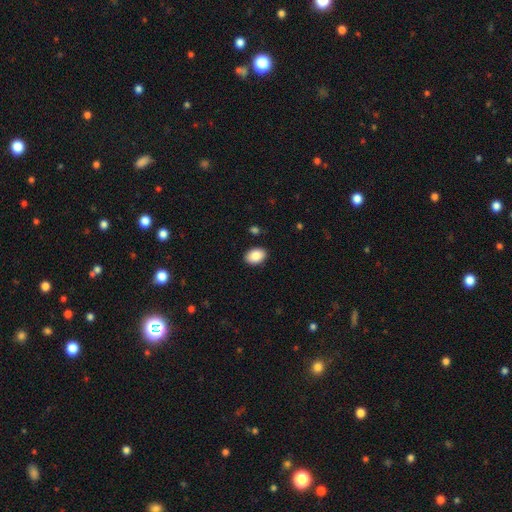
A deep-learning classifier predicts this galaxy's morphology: This appears to be a smooth galaxy with no disk features (88%) that is in between round and cigar-shaped (84%). Merging: none (88%).